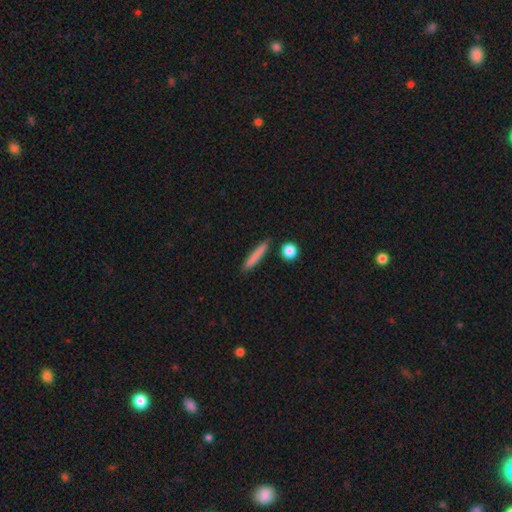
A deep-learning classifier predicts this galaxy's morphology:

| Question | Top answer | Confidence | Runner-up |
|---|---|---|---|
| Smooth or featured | smooth | 79% | featured or disk (15%) |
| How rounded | cigar-shaped | 92% | in between (5%) |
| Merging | none | 87% | minor disturbance (8%) |